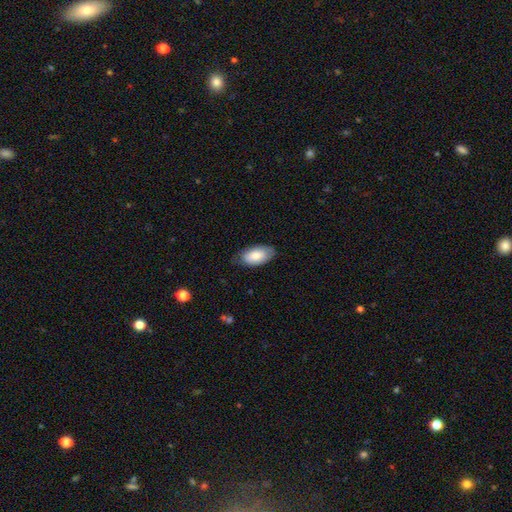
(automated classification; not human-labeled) The model was most divided on "merging": none: 75%, minor disturbance: 20%, major disturbance: 4%, merger: 1%. More confident: how rounded — in between (95%); smooth or featured — smooth (82%).